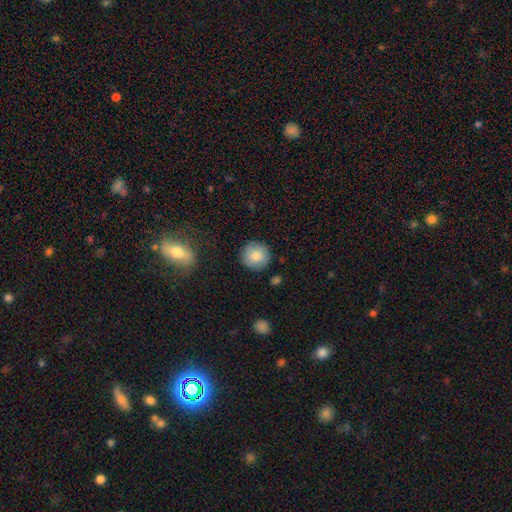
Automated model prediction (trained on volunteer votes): Smooth or featured? Predicted: smooth (p=0.81). How rounded? Predicted: round (p=0.95). Merging? Predicted: none (p=0.87).